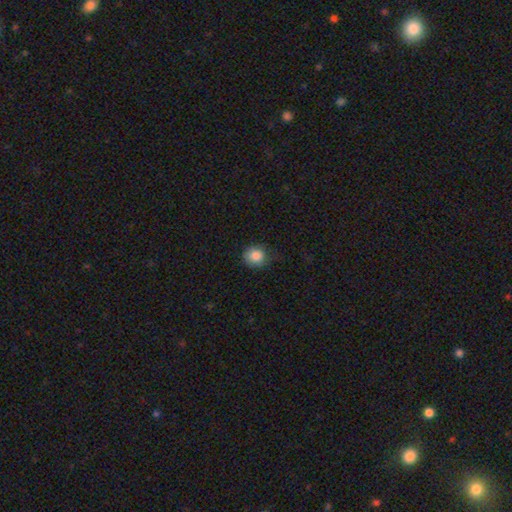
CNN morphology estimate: Smooth or featured?
  - smooth: 85% *
  - star or artifact: 8%
  - featured or disk: 6%
How rounded?
  - round: 86% *
  - in between: 13%
  - cigar-shaped: 1%
Merging?
  - none: 70% *
  - minor disturbance: 23%
  - major disturbance: 7%
  - merger: 1%